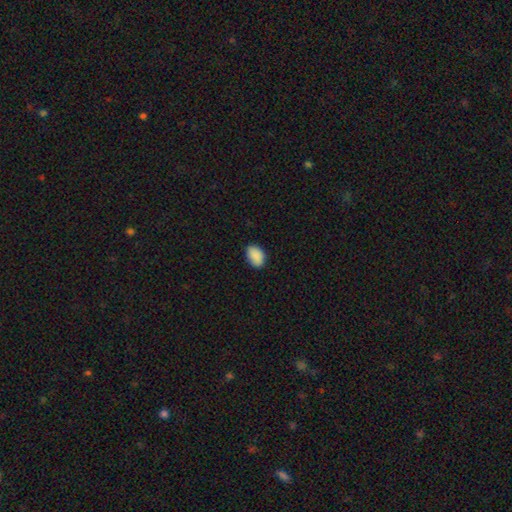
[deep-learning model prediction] A smooth galaxy with no disk features (90%) that is in between round and cigar-shaped (85%).

Vote fractions:
- Smooth or featured? smooth: 90% / star or artifact: 7% / featured or disk: 3%
- How rounded? in between: 85% / round: 14% / cigar-shaped: 1%
- Merging? none: 85% / minor disturbance: 11% / major disturbance: 2% / merger: 1%